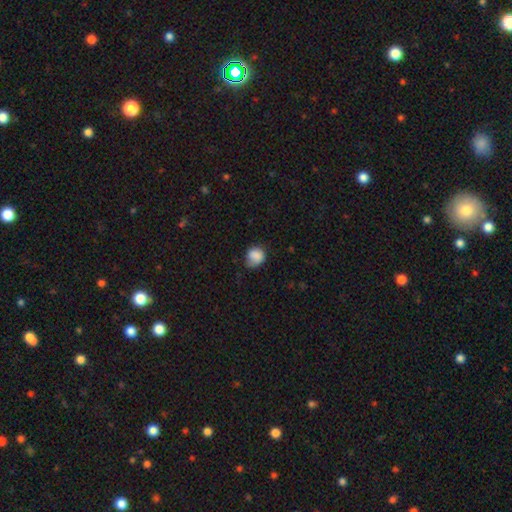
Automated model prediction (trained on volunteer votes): The model was most divided on "merging": none: 52%, minor disturbance: 35%, major disturbance: 10%, merger: 2%. More confident: smooth or featured — smooth (85%); how rounded — round (67%).